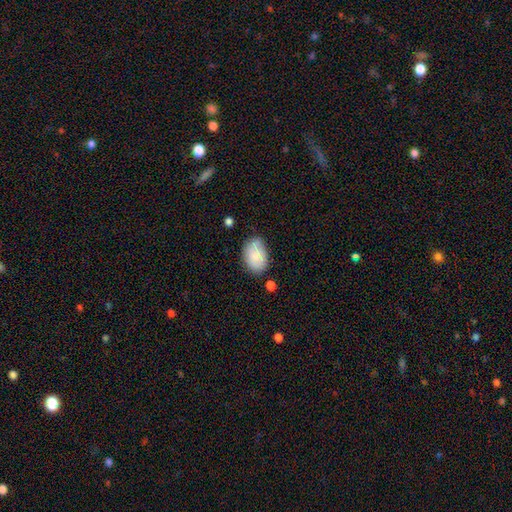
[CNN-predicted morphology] A smooth galaxy with no disk features (81%) that is in between round and cigar-shaped (88%).

Vote fractions:
- Smooth or featured? smooth: 81% / featured or disk: 12% / star or artifact: 7%
- How rounded? in between: 88% / round: 11% / cigar-shaped: 1%
- Merging? none: 63% / minor disturbance: 25% / major disturbance: 6% / merger: 6%